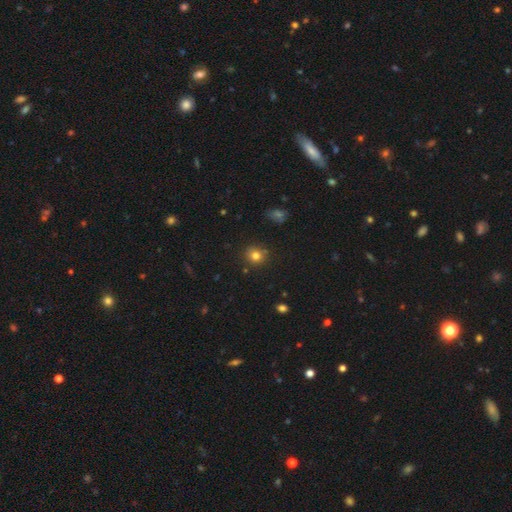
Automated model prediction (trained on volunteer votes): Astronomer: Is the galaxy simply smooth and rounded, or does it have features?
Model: smooth — 80%.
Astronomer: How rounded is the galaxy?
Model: round — 88%.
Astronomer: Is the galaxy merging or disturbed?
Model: none — 84%.